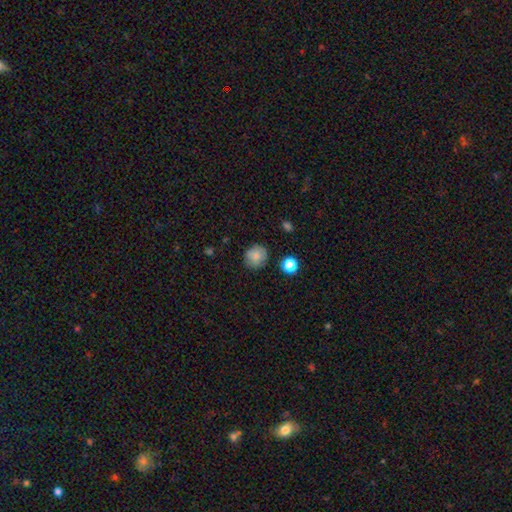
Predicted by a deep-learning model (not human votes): Smooth or featured? Predicted: smooth (p=0.82). How rounded? Predicted: round (p=0.85). Merging? Predicted: none (p=0.82).